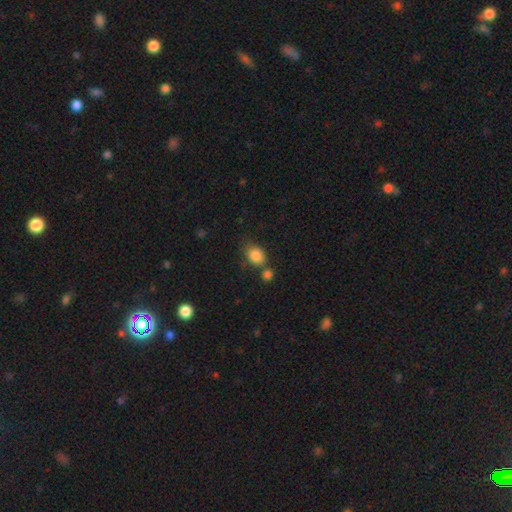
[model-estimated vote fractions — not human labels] A smooth galaxy with no disk features (85%) that is in between round and cigar-shaped (58%).

Vote fractions:
- Smooth or featured? smooth: 85% / star or artifact: 9% / featured or disk: 6%
- How rounded? in between: 58% / round: 41% / cigar-shaped: 1%
- Merging? none: 57% / merger: 21% / minor disturbance: 16% / major disturbance: 6%